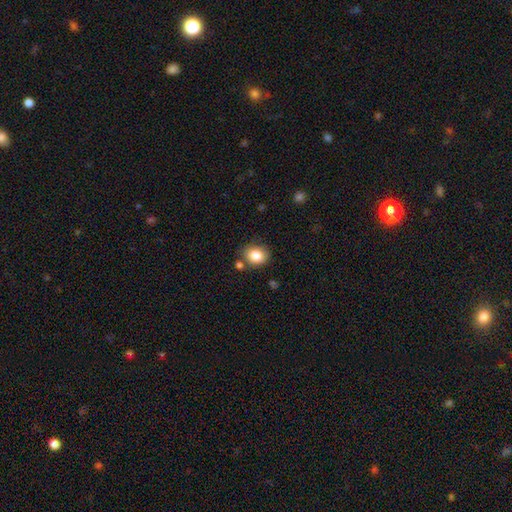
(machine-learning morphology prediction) type=smooth (84%); roundness=round (57%); merging=none (75%).